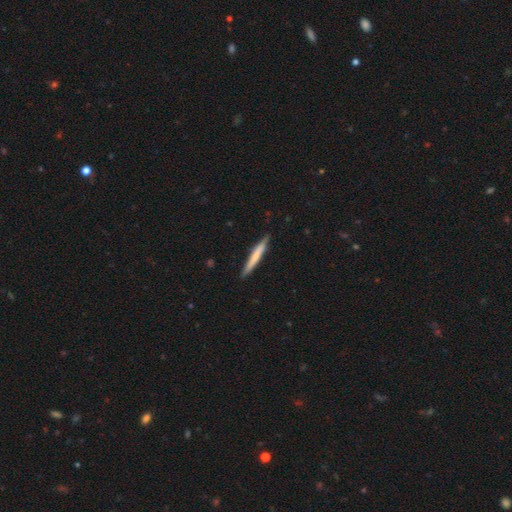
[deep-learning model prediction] The model was most divided on "smooth or featured": smooth: 63%, featured or disk: 32%, star or artifact: 5%. More confident: how rounded — cigar-shaped (96%); merging — none (87%).